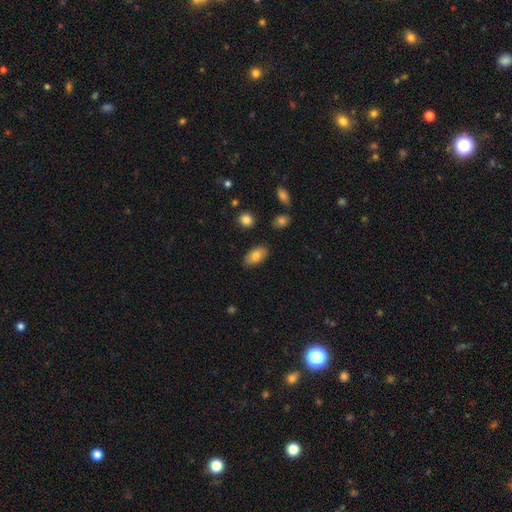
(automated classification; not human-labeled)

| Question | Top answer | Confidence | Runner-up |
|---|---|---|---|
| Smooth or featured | smooth | 79% | featured or disk (14%) |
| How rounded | in between | 93% | round (5%) |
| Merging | none | 84% | minor disturbance (11%) |